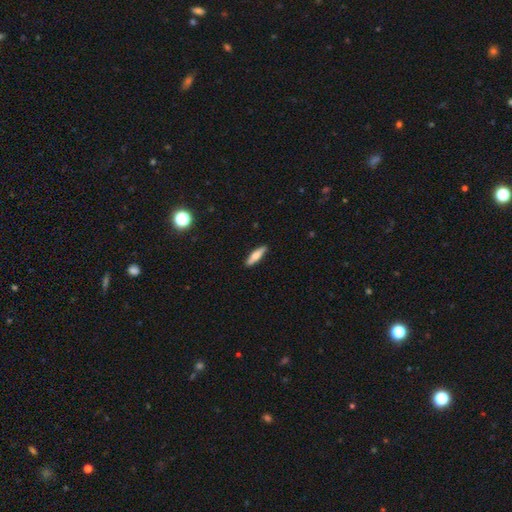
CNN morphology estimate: The model was most divided on "smooth or featured": smooth: 61%, featured or disk: 33%, star or artifact: 6%. More confident: merging — none (89%); how rounded — cigar-shaped (69%).